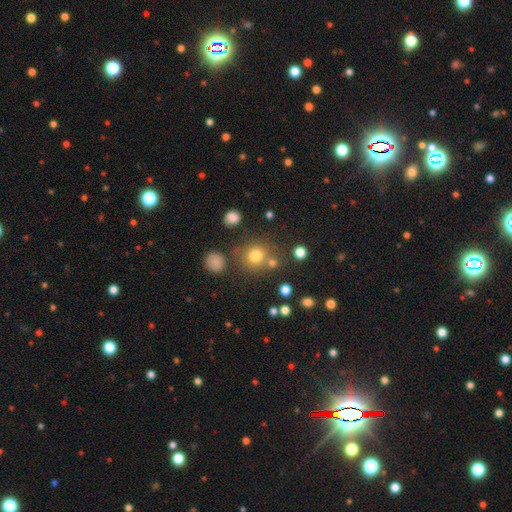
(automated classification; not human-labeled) Smooth or featured? smooth (75%)
How rounded? round (89%)
Merging? none (72%)